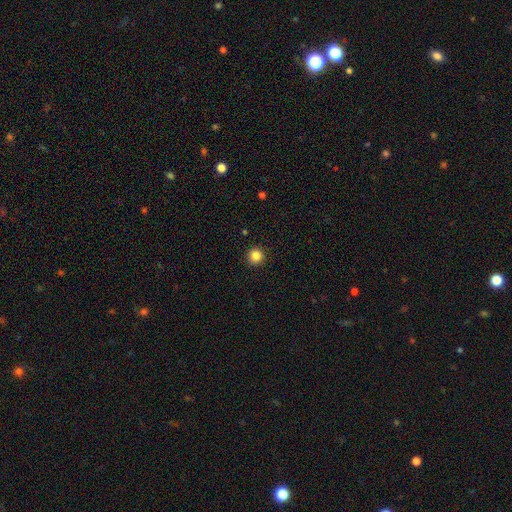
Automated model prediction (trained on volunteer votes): smooth-or-featured: smooth: 84% | star or artifact: 12% | featured or disk: 4%
  how-rounded: round: 96% | in between: 3% | cigar-shaped: 1%
  merging: none: 93% | minor disturbance: 4% | major disturbance: 2% | merger: 1%